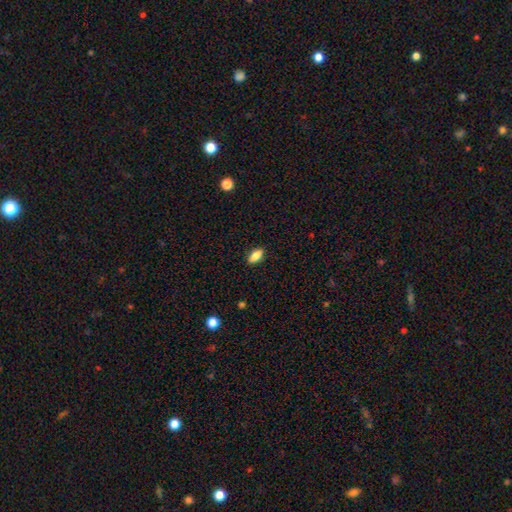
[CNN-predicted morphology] smooth_or_featured: smooth (p=0.84) [alt: featured or disk p=0.08]
how_rounded: in between (p=0.83) [alt: cigar-shaped p=0.13]
merging: none (p=0.89) [alt: minor disturbance p=0.08]